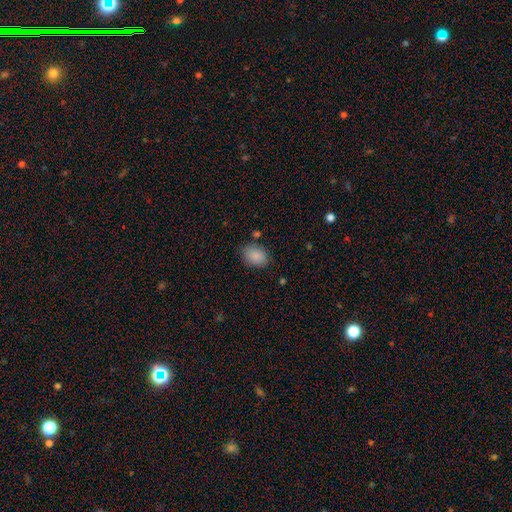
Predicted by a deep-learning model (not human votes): smooth 88%, star or artifact 7%, featured or disk 5%. Down the decision tree: how rounded — in between (80%); merging — none (79%).